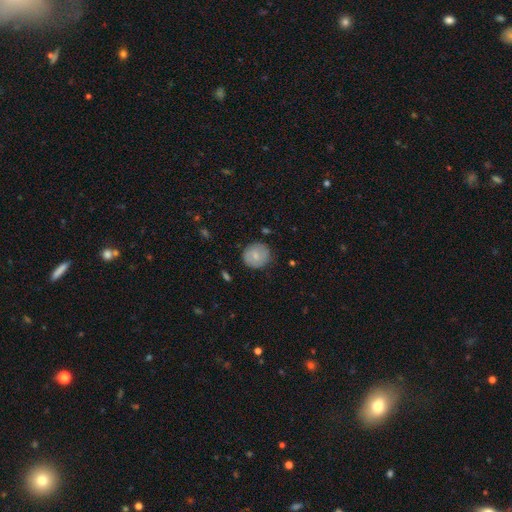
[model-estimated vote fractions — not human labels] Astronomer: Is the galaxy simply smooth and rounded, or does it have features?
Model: smooth — 70%.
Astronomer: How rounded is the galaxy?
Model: round — 87%.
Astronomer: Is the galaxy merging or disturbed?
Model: none — 81%.